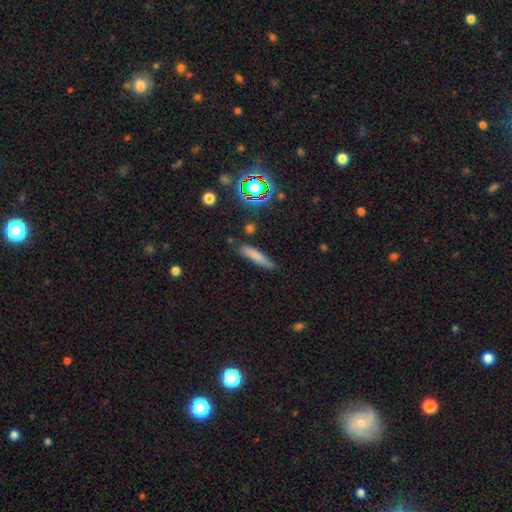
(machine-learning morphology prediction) This is likely a smooth galaxy (73%). How rounded: clearly cigar-shaped (85%). Merging: likely none (79%).